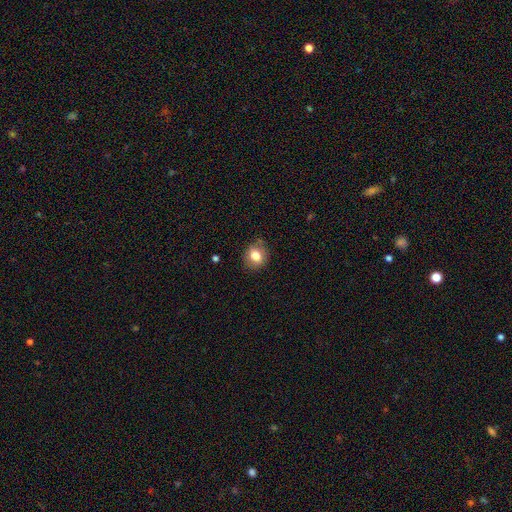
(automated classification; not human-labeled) Smooth or featured? Predicted: smooth (p=0.79). How rounded? Predicted: round (p=0.69). Merging? Predicted: none (p=0.82).